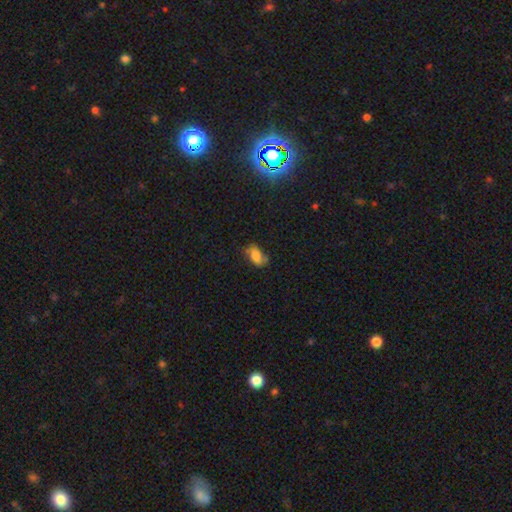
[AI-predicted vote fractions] The model was most divided on "merging": none: 57%, minor disturbance: 29%, major disturbance: 11%, merger: 3%. More confident: how rounded — in between (89%); smooth or featured — smooth (65%).